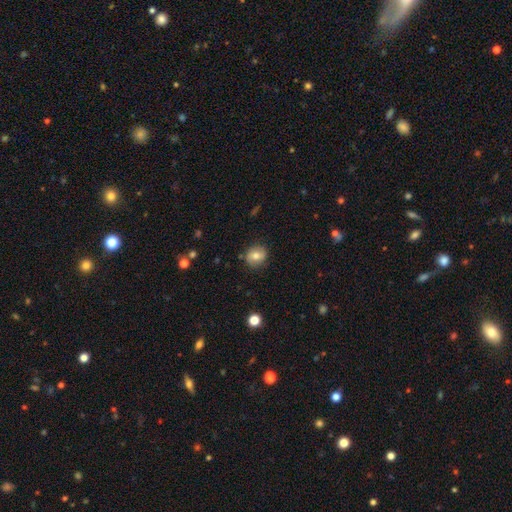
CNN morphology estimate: smooth_or_featured: smooth (p=0.74) [alt: featured or disk p=0.17]
how_rounded: round (p=0.75) [alt: in between p=0.24]
merging: none (p=0.84) [alt: minor disturbance p=0.12]